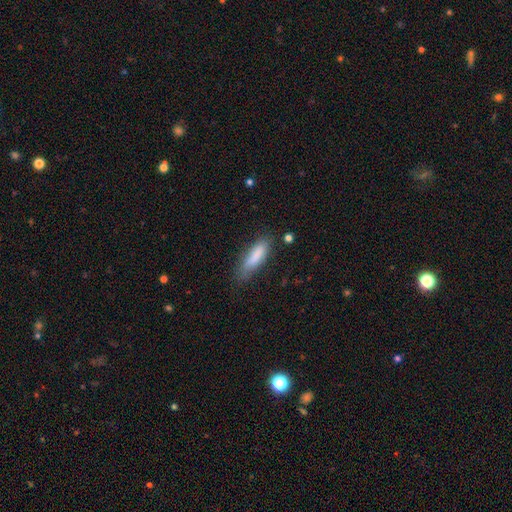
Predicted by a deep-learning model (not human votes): Smooth or featured? Predicted: smooth (p=0.82). How rounded? Predicted: cigar-shaped (p=0.59). Merging? Predicted: none (p=0.68).